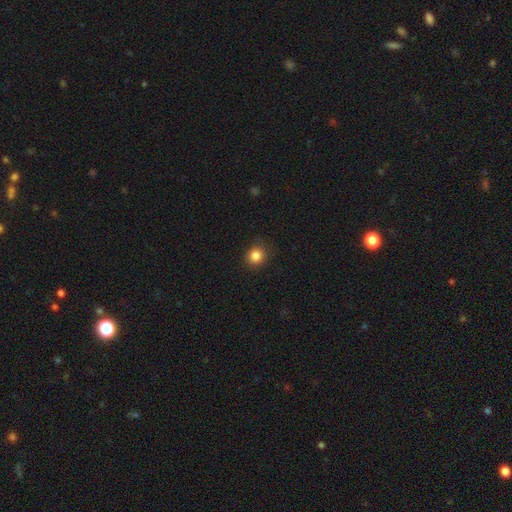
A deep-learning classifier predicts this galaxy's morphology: Q: Smooth or featured?
A: smooth (84%); runner-up: star or artifact (11%)
Q: How rounded?
A: round (87%); runner-up: in between (12%)
Q: Merging?
A: none (87%); runner-up: minor disturbance (10%)